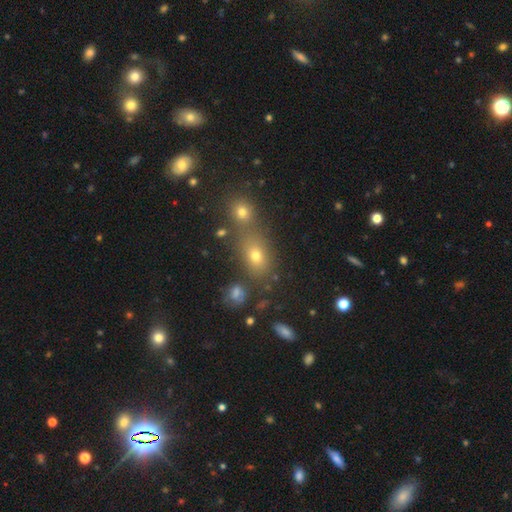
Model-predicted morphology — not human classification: smooth 67%, star or artifact 19%, featured or disk 14%. Down the decision tree: how rounded — in between (69%); merging — none (54%).